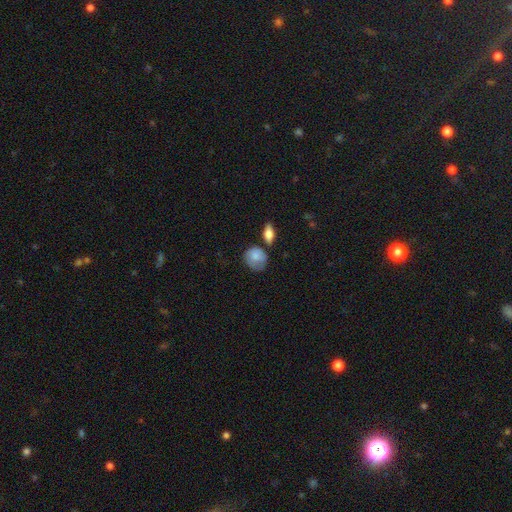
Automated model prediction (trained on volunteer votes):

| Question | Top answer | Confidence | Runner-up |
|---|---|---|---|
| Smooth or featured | smooth | 78% | featured or disk (15%) |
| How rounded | round | 72% | in between (26%) |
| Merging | none | 50% | minor disturbance (31%) |